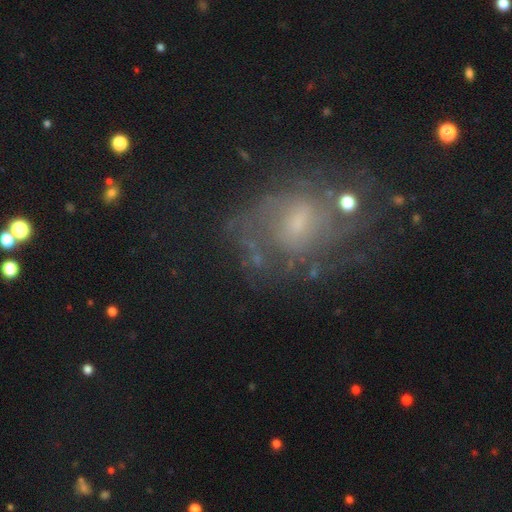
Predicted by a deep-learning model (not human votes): Smooth or featured: featured or disk — 70% (smooth — 15%)
Edge-on disk: no — 97% (yes — 3%)
Bar: no — 50% (weak — 42%)
Spiral arms: yes — 80% (no — 20%)
Spiral winding: tight — 42% (medium — 39%)
Spiral arm count: can't tell — 48% (2 — 25%)
Bulge size: small — 52% (moderate — 33%)
Merging: none — 62% (minor disturbance — 19%)